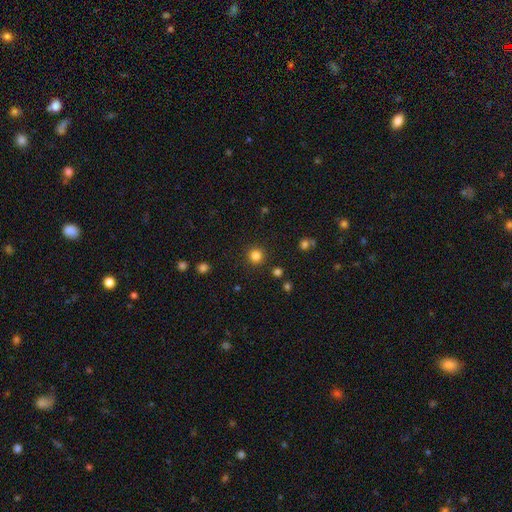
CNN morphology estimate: Overall: smooth (83%). How rounded: round (95%). Merging: none (91%).